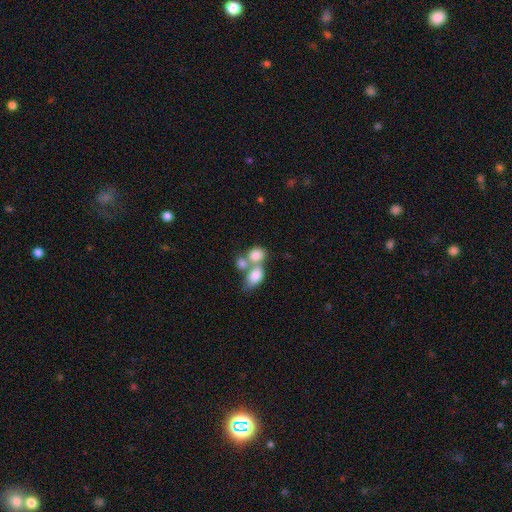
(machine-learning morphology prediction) This appears to be a smooth galaxy with no disk features (77%) that is in between round and cigar-shaped (61%). Merging: merger (63%).